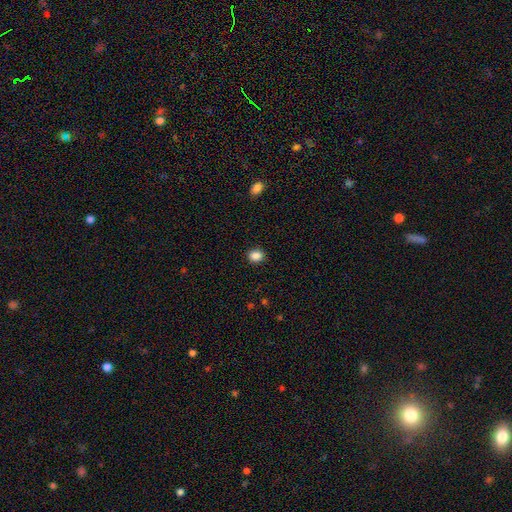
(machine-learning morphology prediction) type=smooth (87%); roundness=round (60%); merging=none (89%).